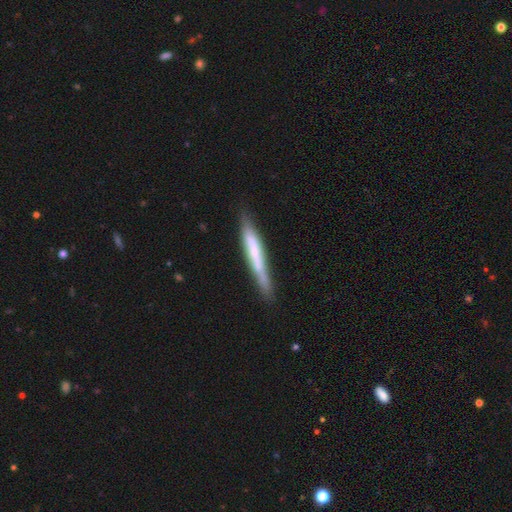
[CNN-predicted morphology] type=smooth (47%, tied with featured or disk); merging=none (79%).